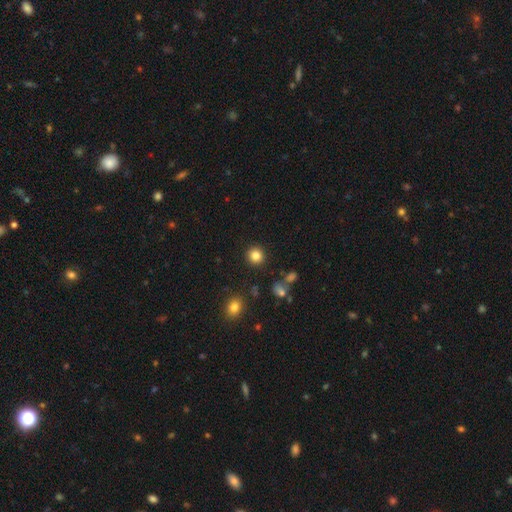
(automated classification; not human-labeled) Smooth or featured: smooth — 84% (star or artifact — 11%)
How rounded: round — 92% (in between — 7%)
Merging: none — 91% (minor disturbance — 5%)